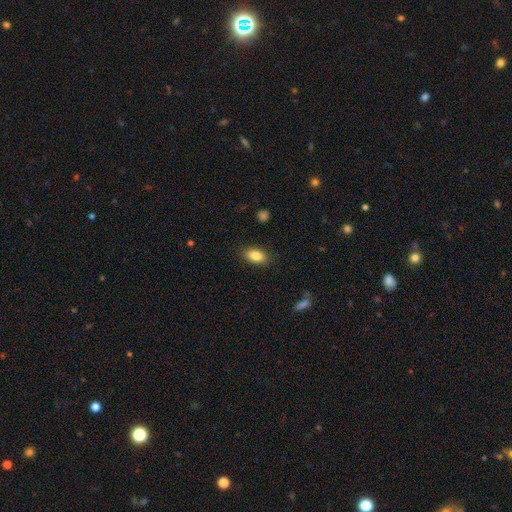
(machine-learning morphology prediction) This is clearly a smooth galaxy (86%). How rounded: clearly in between (91%). Merging: clearly none (87%).